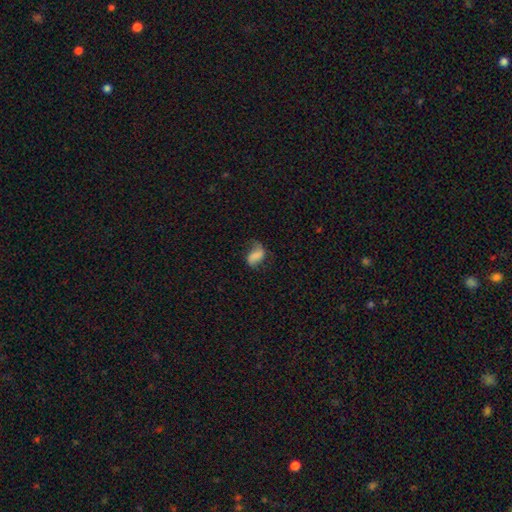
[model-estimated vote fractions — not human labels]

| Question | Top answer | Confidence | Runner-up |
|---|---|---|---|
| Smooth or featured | smooth | 60% | featured or disk (29%) |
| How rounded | in between | 87% | round (9%) |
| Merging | none | 45% | minor disturbance (29%) |